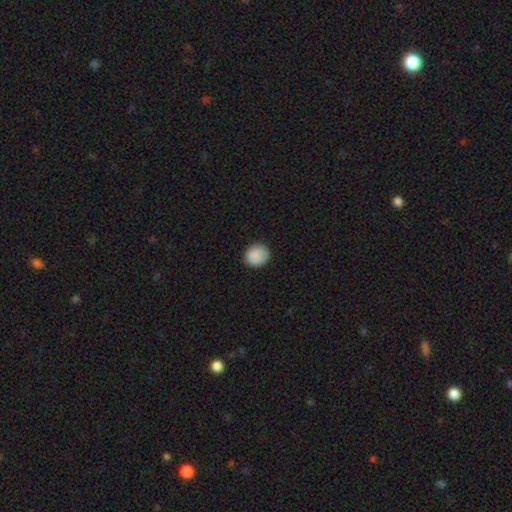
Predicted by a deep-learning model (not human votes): smooth_or_featured: smooth (p=0.89) [alt: star or artifact p=0.08]
how_rounded: round (p=0.85) [alt: in between p=0.14]
merging: none (p=0.88) [alt: minor disturbance p=0.09]